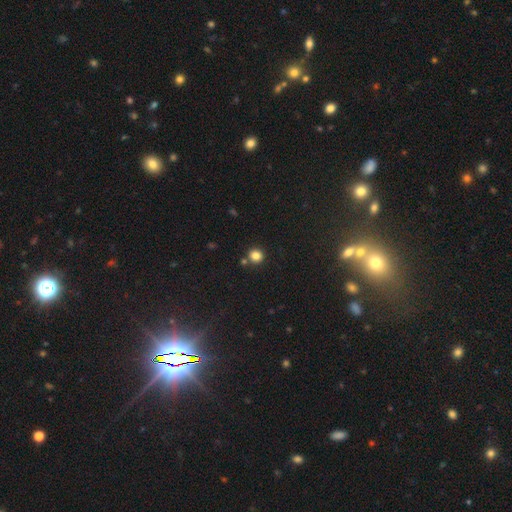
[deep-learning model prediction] Smooth or featured?
  - smooth: 83% *
  - star or artifact: 12%
  - featured or disk: 5%
How rounded?
  - round: 90% *
  - in between: 9%
  - cigar-shaped: 1%
Merging?
  - none: 80% *
  - merger: 10%
  - minor disturbance: 8%
  - major disturbance: 2%